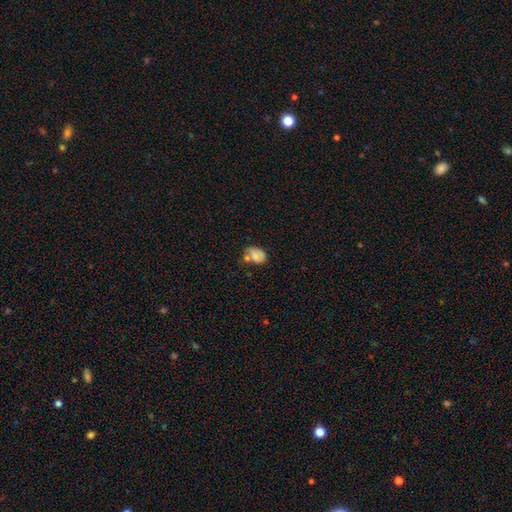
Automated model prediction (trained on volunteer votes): The model was most divided on "merging": none: 41%, minor disturbance: 26%, merger: 23%, major disturbance: 10%. More confident: how rounded — in between (71%); smooth or featured — smooth (70%).